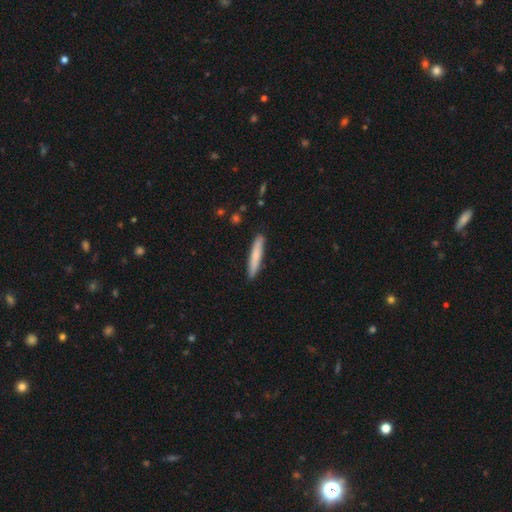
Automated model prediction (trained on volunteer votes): Morphology: type=smooth (75%); roundness=cigar-shaped (94%); merging=none (90%).